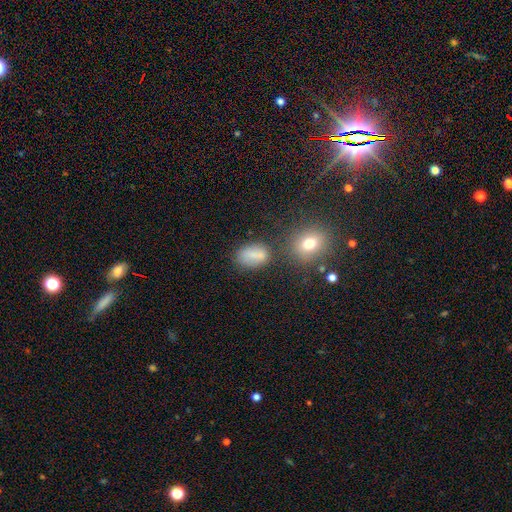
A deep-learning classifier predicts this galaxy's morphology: Smooth or featured?
  - smooth: 73% *
  - star or artifact: 14%
  - featured or disk: 13%
How rounded?
  - in between: 79% *
  - round: 18%
  - cigar-shaped: 3%
Merging?
  - none: 61% *
  - minor disturbance: 18%
  - merger: 13%
  - major disturbance: 7%